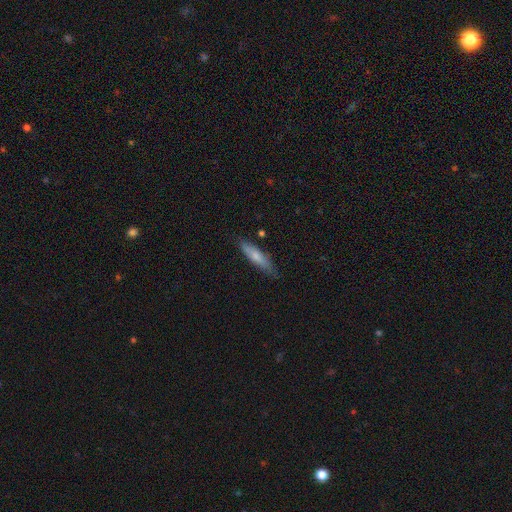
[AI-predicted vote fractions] Morphology: type=smooth (68%); roundness=cigar-shaped (79%); merging=none (80%).